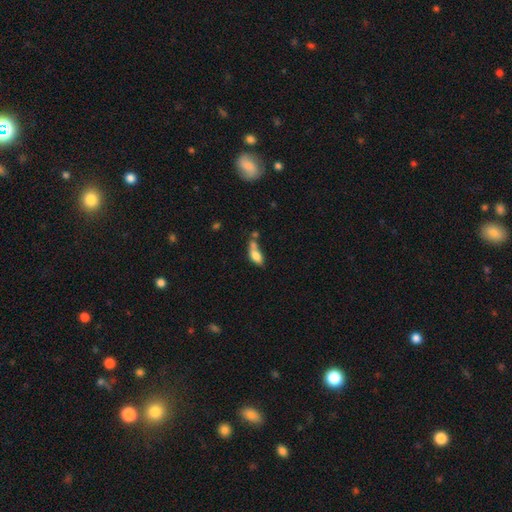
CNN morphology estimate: Smooth or featured? Predicted: smooth (p=0.72). How rounded? Predicted: in between (p=0.78). Merging? Predicted: merger (p=0.40).